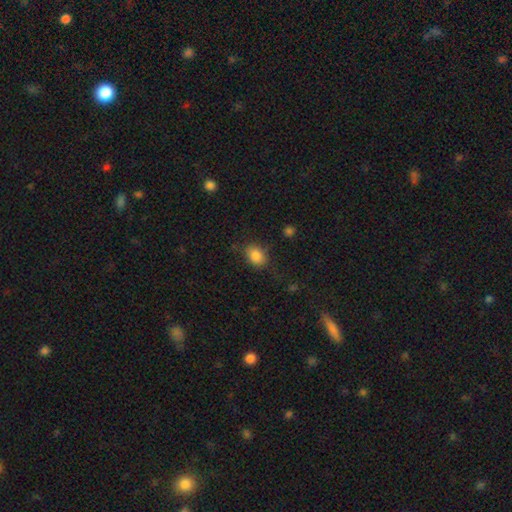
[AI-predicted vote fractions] A smooth galaxy with no disk features (84%) that is in between round and cigar-shaped (64%). Merging: none (75%).